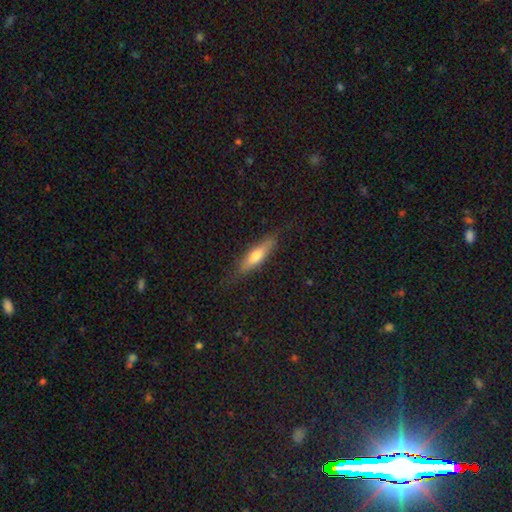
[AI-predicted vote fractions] This is possibly a smooth galaxy (60%). How rounded: likely cigar-shaped (65%). Merging: clearly none (81%).